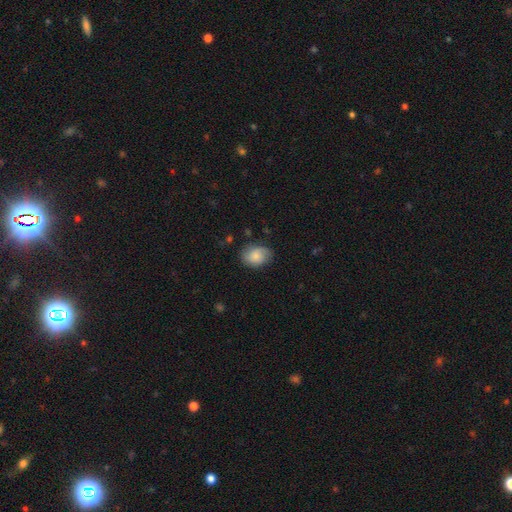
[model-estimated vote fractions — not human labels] smooth_or_featured: smooth (p=0.72) [alt: featured or disk p=0.20]
how_rounded: in between (p=0.67) [alt: round p=0.32]
merging: none (p=0.70) [alt: minor disturbance p=0.23]